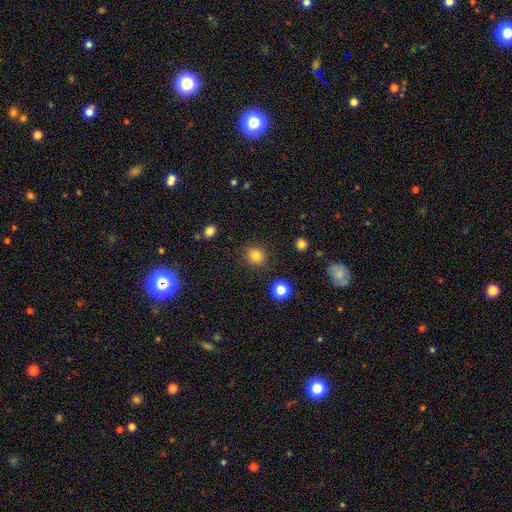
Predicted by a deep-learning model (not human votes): Overall: smooth (83%). How rounded: round (90%). Merging: none (89%).